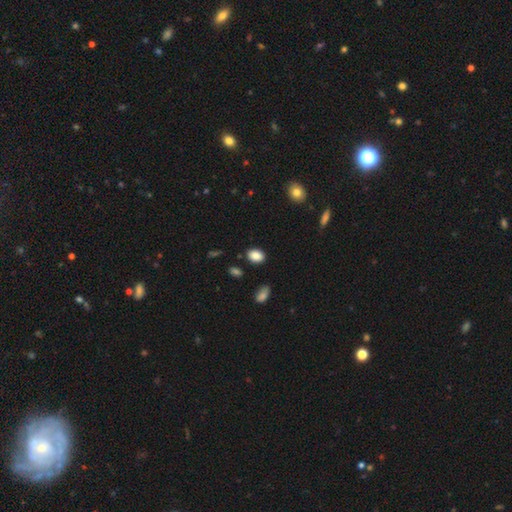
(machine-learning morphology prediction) A smooth galaxy with no disk features (87%) that is in between round and cigar-shaped (75%).

Vote fractions:
- Smooth or featured? smooth: 87% / star or artifact: 8% / featured or disk: 5%
- How rounded? in between: 75% / round: 24% / cigar-shaped: 1%
- Merging? none: 85% / minor disturbance: 10% / major disturbance: 3% / merger: 2%